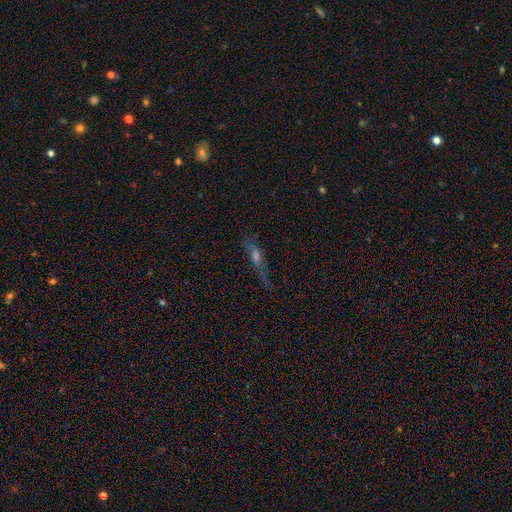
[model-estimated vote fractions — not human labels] This is possibly a featured or disk galaxy (45%). Merging: possibly none (59%).